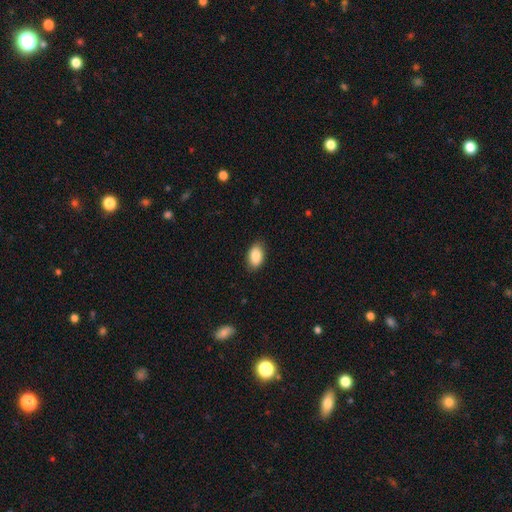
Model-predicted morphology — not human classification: The model was most divided on "merging": none: 85%, minor disturbance: 12%, major disturbance: 2%, merger: 1%. More confident: how rounded — in between (91%); smooth or featured — smooth (86%).